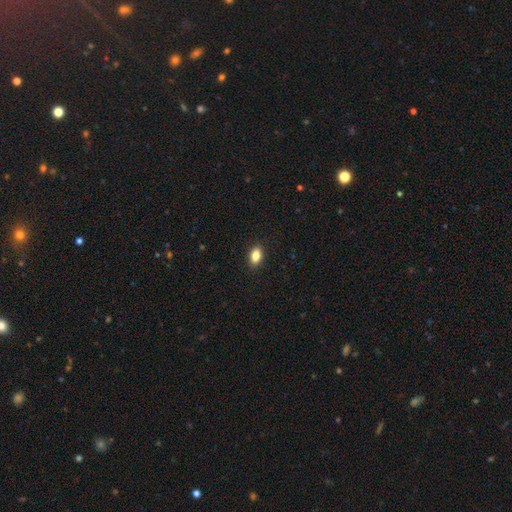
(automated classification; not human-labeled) Q: Smooth or featured?
A: smooth (85%); runner-up: star or artifact (9%)
Q: How rounded?
A: in between (86%); runner-up: round (11%)
Q: Merging?
A: none (90%); runner-up: minor disturbance (7%)